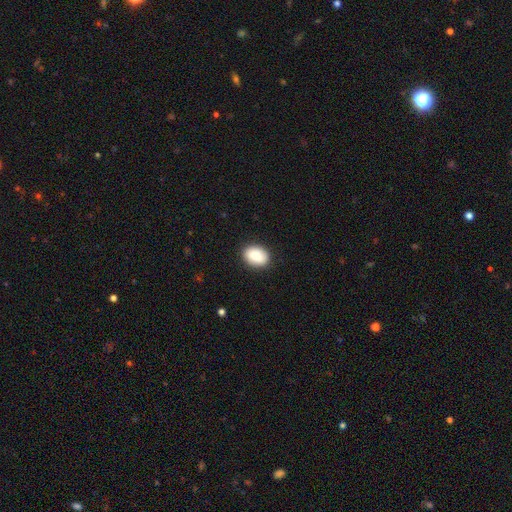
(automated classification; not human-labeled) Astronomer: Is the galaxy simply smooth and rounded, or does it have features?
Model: smooth — 86%.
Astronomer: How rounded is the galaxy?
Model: in between — 71%.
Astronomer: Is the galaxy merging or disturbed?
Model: none — 88%.